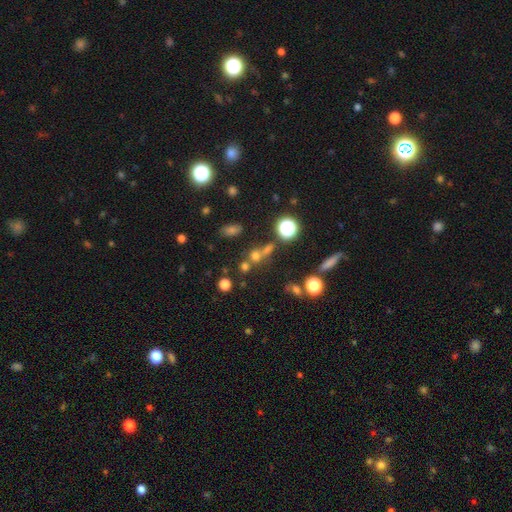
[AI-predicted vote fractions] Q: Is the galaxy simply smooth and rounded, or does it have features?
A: smooth — 58%.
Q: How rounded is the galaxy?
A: round — 75%.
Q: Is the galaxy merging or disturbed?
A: none — 49%.